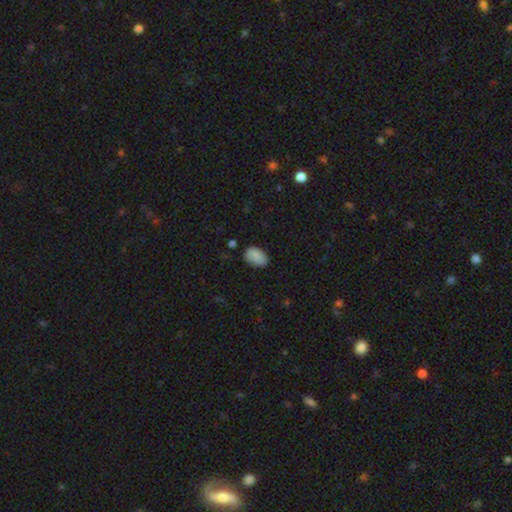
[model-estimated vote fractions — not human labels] Smooth or featured? Predicted: smooth (p=0.87). How rounded? Predicted: in between (p=0.89). Merging? Predicted: none (p=0.78).